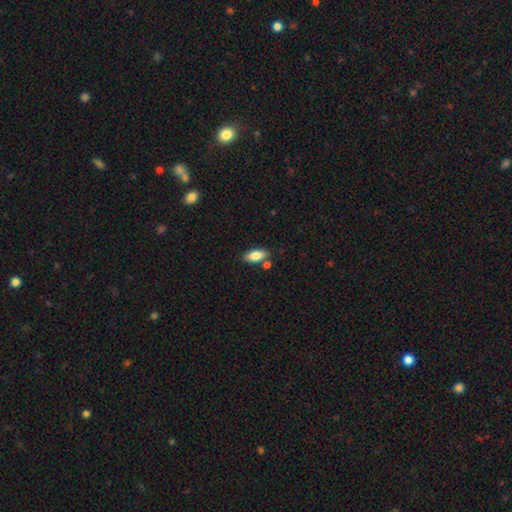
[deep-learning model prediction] Q: Smooth or featured?
A: smooth (83%); runner-up: featured or disk (10%)
Q: How rounded?
A: in between (88%); runner-up: cigar-shaped (10%)
Q: Merging?
A: none (77%); runner-up: minor disturbance (12%)